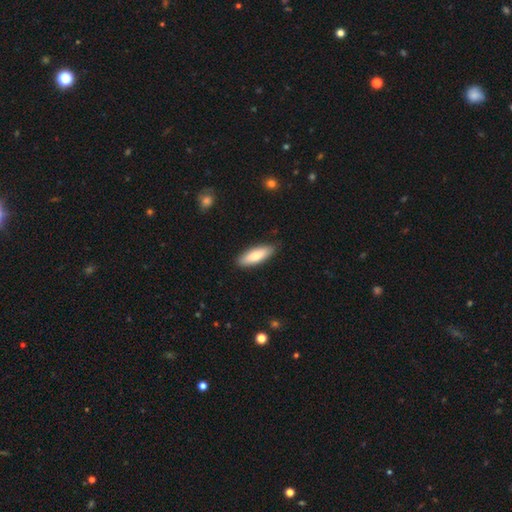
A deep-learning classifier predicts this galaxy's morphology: smooth-or-featured: smooth: 76% | featured or disk: 18% | star or artifact: 6%
  how-rounded: in between: 60% | cigar-shaped: 38% | round: 2%
  merging: none: 88% | minor disturbance: 9% | major disturbance: 2% | merger: 1%